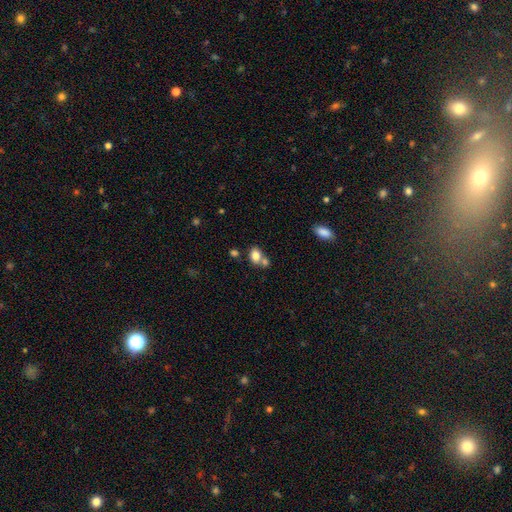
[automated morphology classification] Overall: smooth (80%). How rounded: in between (72%). Merging: none (44%; merger 41%).